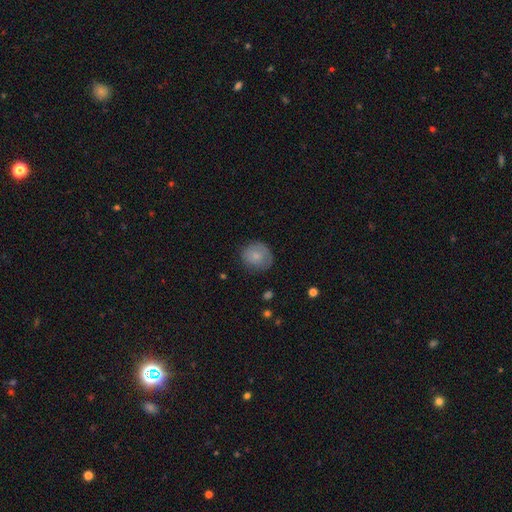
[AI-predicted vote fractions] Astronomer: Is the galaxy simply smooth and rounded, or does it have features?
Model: smooth — 76%.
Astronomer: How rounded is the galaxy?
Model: round — 81%.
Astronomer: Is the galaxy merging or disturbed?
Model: none — 71%.